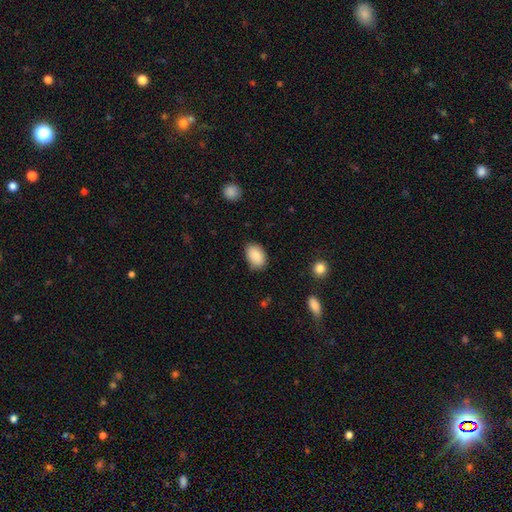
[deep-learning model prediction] Smooth or featured: smooth — 88% (star or artifact — 7%)
How rounded: in between — 86% (round — 12%)
Merging: none — 82% (minor disturbance — 14%)